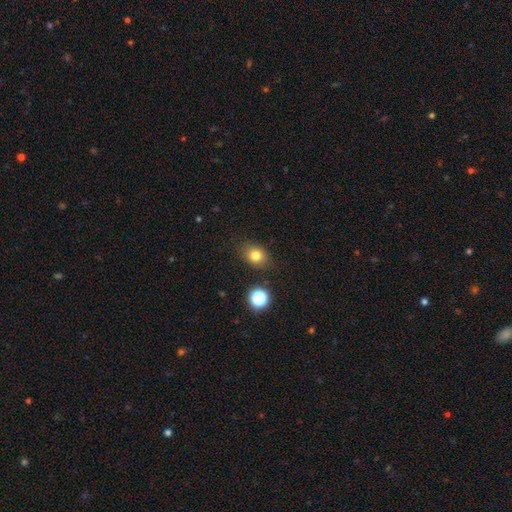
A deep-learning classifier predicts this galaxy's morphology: Q: Smooth or featured?
A: smooth (78%); runner-up: star or artifact (14%)
Q: How rounded?
A: in between (50%); runner-up: round (49%)
Q: Merging?
A: none (82%); runner-up: minor disturbance (12%)